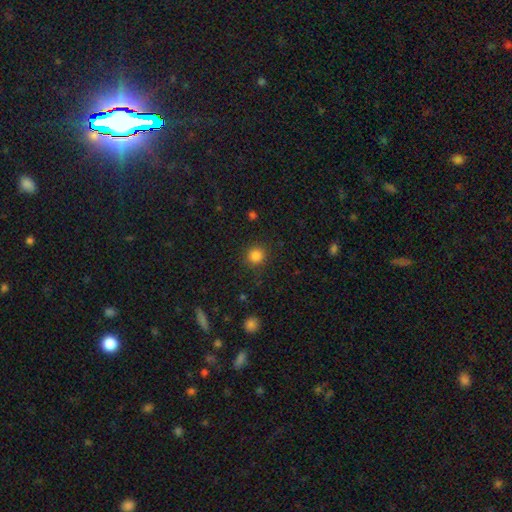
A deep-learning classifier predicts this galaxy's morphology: The model was most divided on "smooth or featured": smooth: 84%, star or artifact: 12%, featured or disk: 4%. More confident: how rounded — round (91%); merging — none (87%).